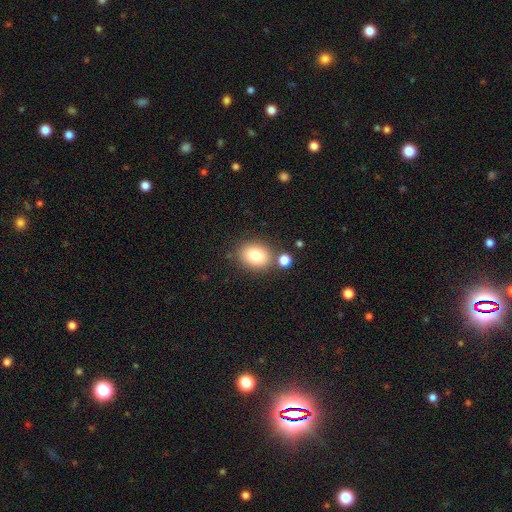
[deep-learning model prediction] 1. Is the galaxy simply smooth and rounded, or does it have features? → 80% smooth, 10% star or artifact, 10% featured or disk.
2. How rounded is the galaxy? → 54% in between, 45% round, 1% cigar-shaped.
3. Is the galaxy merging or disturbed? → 75% none, 11% minor disturbance, 10% merger, 3% major disturbance.